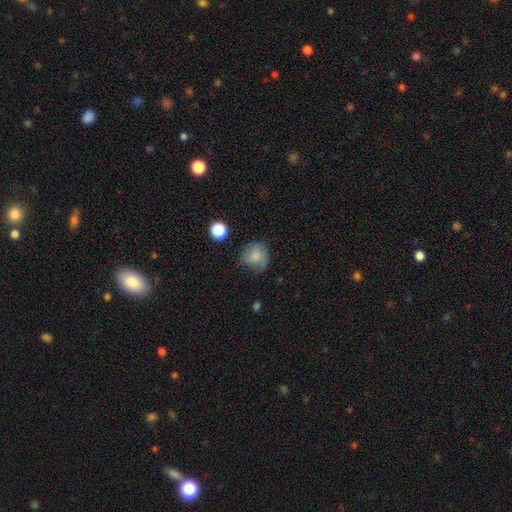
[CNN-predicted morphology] type=smooth (76%); roundness=round (79%); merging=none (57%).